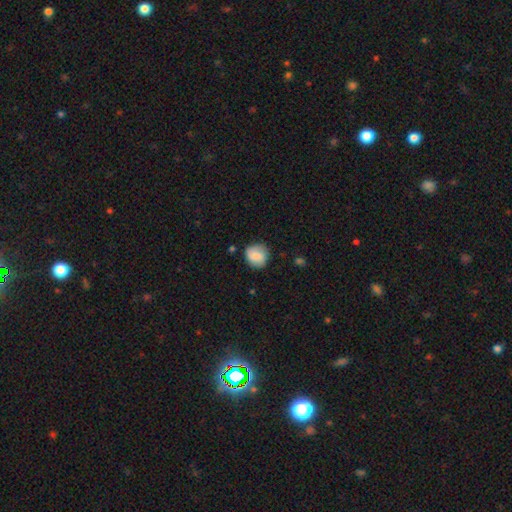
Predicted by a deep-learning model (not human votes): Smooth or featured: smooth — 82% (featured or disk — 10%)
How rounded: round — 86% (in between — 13%)
Merging: none — 80% (minor disturbance — 15%)